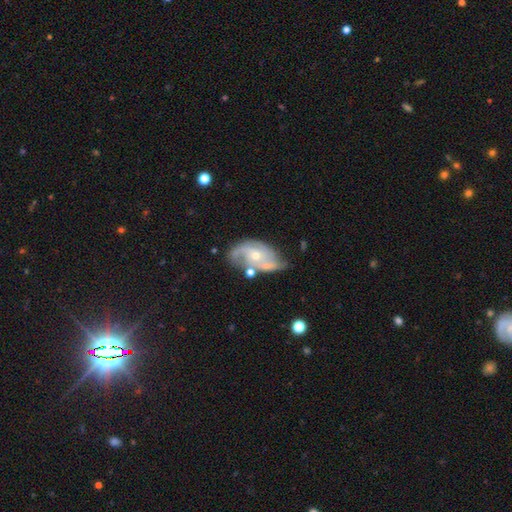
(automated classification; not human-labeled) This is clearly a featured or disk galaxy (82%). It is clearly not viewed edge-on (96%). Bar: likely no (68%). Spiral arm pattern: clearly yes (92%). Spiral arm count: likely 2 (63%). Spiral winding: possibly medium (45%). Central bulge: likely small (60%). Merging: possibly none (49%).